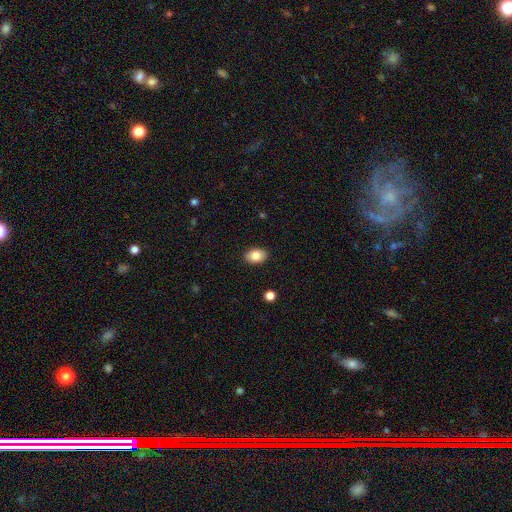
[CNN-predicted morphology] Smooth or featured?
  - smooth: 84% *
  - featured or disk: 8%
  - star or artifact: 8%
How rounded?
  - in between: 83% *
  - round: 16%
  - cigar-shaped: 1%
Merging?
  - none: 90% *
  - minor disturbance: 8%
  - major disturbance: 2%
  - merger: 1%